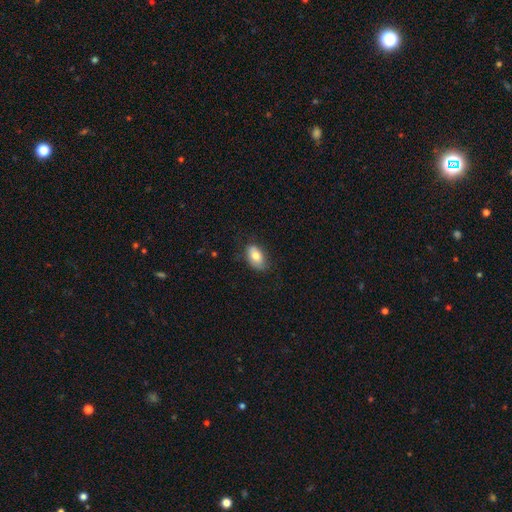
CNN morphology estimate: Smooth or featured? smooth (75%)
How rounded? in between (91%)
Merging? none (70%)